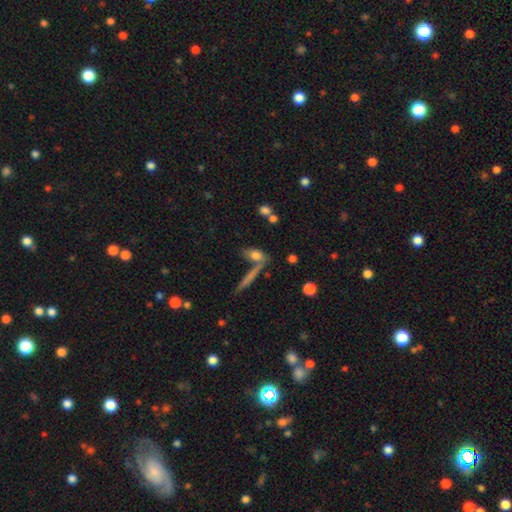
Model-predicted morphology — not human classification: type=smooth (73%); roundness=in between (65%); merging=none (55%).